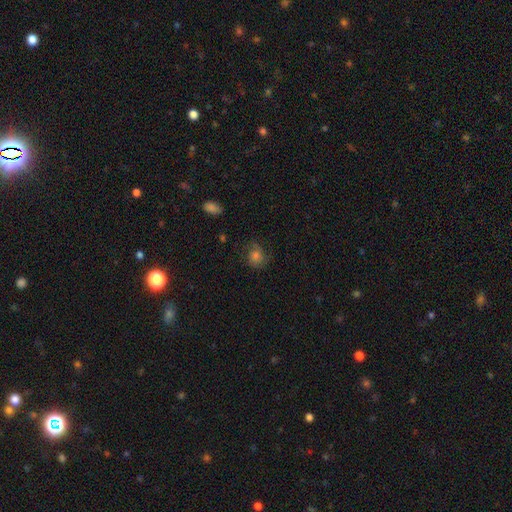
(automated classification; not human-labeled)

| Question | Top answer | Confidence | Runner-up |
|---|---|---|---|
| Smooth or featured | smooth | 50% | featured or disk (32%) |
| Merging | none | 65% | minor disturbance (21%) |